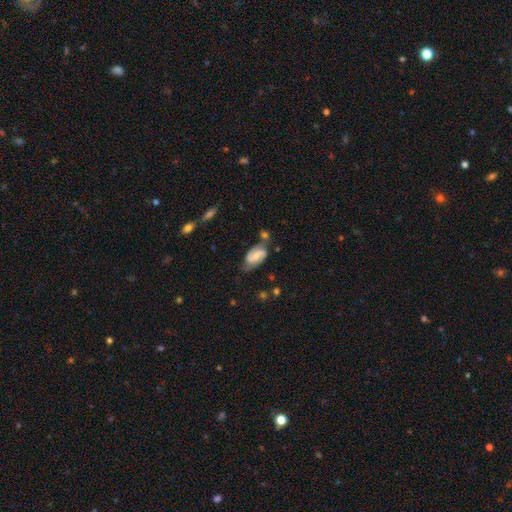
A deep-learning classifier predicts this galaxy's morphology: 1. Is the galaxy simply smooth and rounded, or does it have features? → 64% featured or disk, 29% smooth, 7% star or artifact.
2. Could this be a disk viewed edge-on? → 96% no, 4% yes.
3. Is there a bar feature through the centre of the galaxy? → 44% weak, 36% no, 20% strong.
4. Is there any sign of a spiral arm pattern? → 90% yes, 10% no.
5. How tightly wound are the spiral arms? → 46% medium, 28% tight, 26% loose.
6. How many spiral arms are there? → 85% 2, 9% can't tell, 3% 1, 1% 3, 1% 4, 1% more than 4.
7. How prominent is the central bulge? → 47% small, 37% moderate, 10% none, 4% large, 1% dominant.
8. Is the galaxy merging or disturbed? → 54% none, 25% minor disturbance, 11% merger, 10% major disturbance.